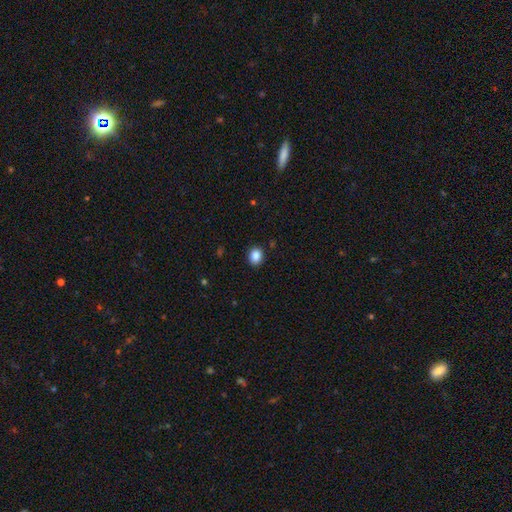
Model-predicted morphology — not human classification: A smooth galaxy with no disk features (87%) that is round (53%). Merging: none (89%).